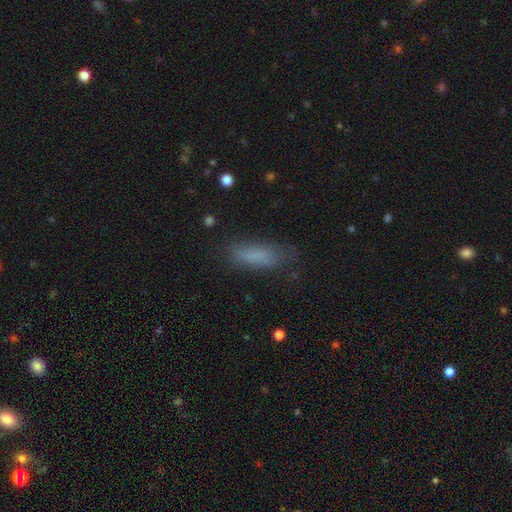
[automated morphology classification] Q: Smooth or featured?
A: smooth (78%); runner-up: featured or disk (11%)
Q: How rounded?
A: cigar-shaped (52%); runner-up: in between (46%)
Q: Merging?
A: none (70%); runner-up: minor disturbance (20%)